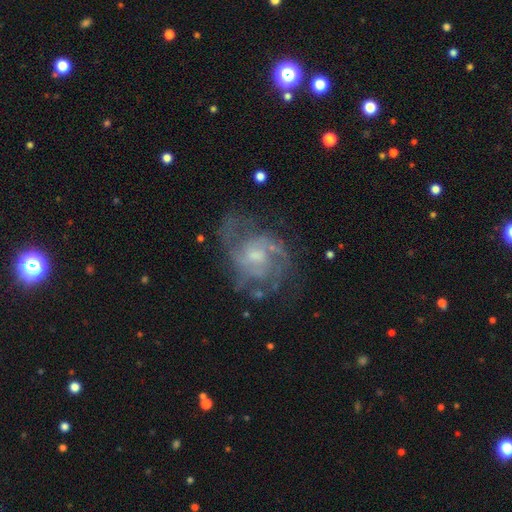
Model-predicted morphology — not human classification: smooth-or-featured: featured or disk: 81% | smooth: 11% | star or artifact: 8%
  disk-edge-on: no: 98% | yes: 2%
    bar: no: 52% | weak: 42% | strong: 6%
    has-spiral-arms: yes: 87% | no: 13%
      spiral-winding: medium: 49% | tight: 32% | loose: 19%
      spiral-arm-count: 2: 33% | can't tell: 30% | 3: 20% | 4: 7% | 1: 5% | more than 4: 4%
    bulge-size: small: 42% | moderate: 41% | none: 12% | large: 4% | dominant: 1%
  merging: none: 59% | minor disturbance: 20% | major disturbance: 19% | merger: 3%